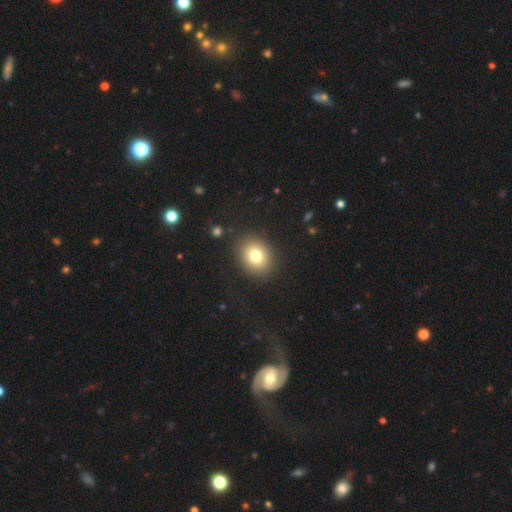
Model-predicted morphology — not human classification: Smooth or featured? Predicted: smooth (p=0.77). How rounded? Predicted: round (p=0.60). Merging? Predicted: none (p=0.88).